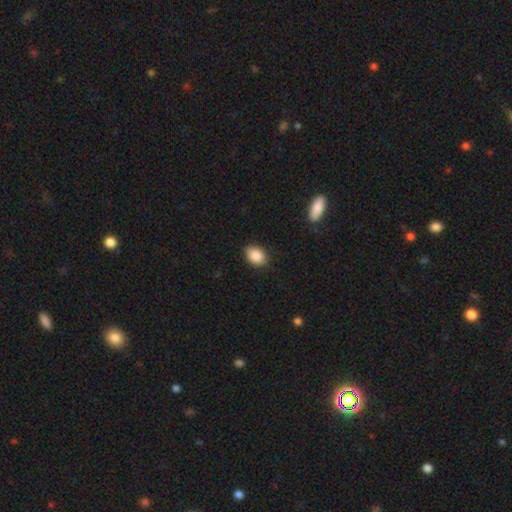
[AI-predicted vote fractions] Morphology: type=smooth (88%); roundness=in between (69%); merging=none (83%).